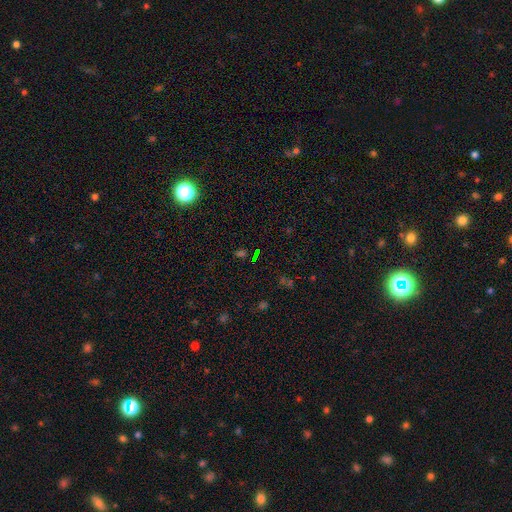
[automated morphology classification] Smooth or featured? Predicted: star or artifact (p=0.63).